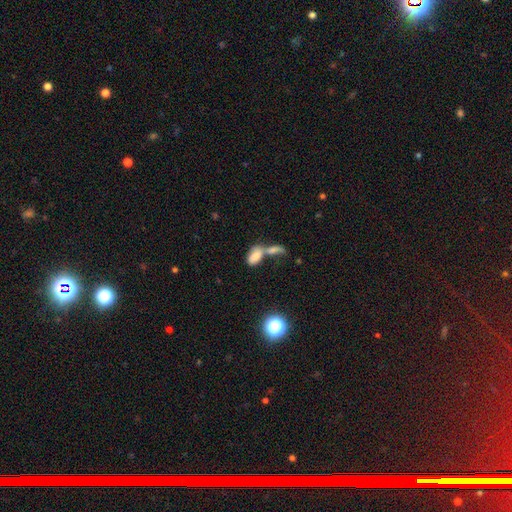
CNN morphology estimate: Smooth or featured?
  - smooth: 76% *
  - featured or disk: 13%
  - star or artifact: 11%
How rounded?
  - in between: 90% *
  - round: 6%
  - cigar-shaped: 4%
Merging?
  - merger: 67% *
  - none: 18%
  - minor disturbance: 8%
  - major disturbance: 7%